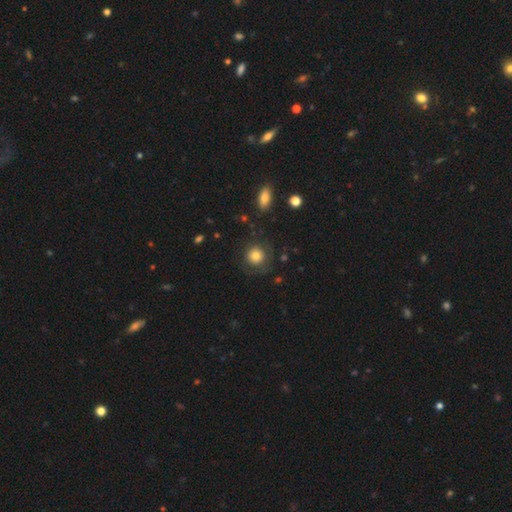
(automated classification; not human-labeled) Smooth or featured?
  - smooth: 76% *
  - featured or disk: 14%
  - star or artifact: 9%
How rounded?
  - round: 91% *
  - in between: 8%
  - cigar-shaped: 1%
Merging?
  - none: 72% *
  - minor disturbance: 15%
  - major disturbance: 10%
  - merger: 2%